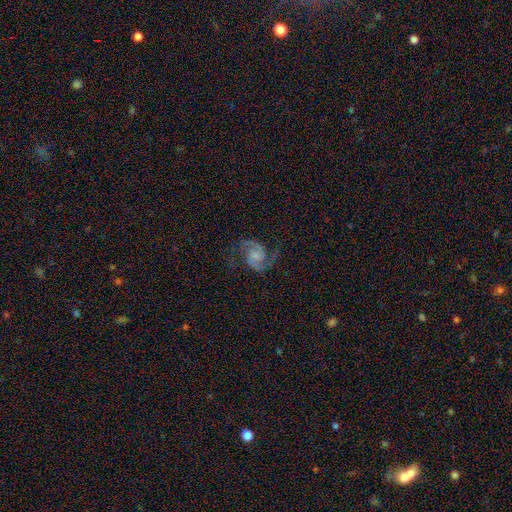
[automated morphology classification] Smooth or featured? featured or disk (91%)
Edge-on disk? no (98%)
Bar? no (61%)
Spiral arms? yes (98%)
Spiral winding? medium (61%)
Spiral arm count? 2 (94%)
Bulge size? none (35%)
Merging? none (78%)